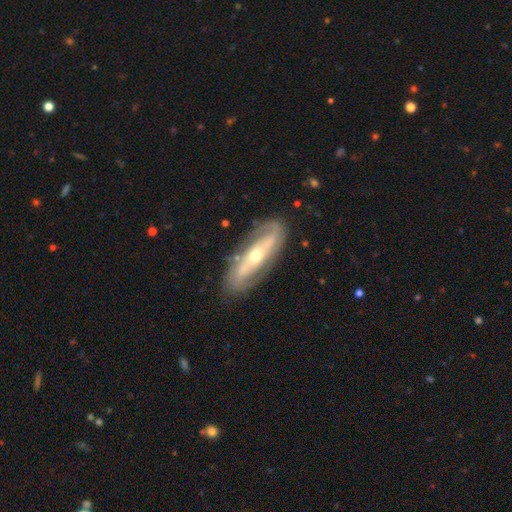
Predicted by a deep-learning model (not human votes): A featured or disk galaxy (76%) with no bar (47%), spiral arms (79%) and a moderate central bulge (61%).

Vote fractions:
- Smooth or featured? featured or disk: 76% / smooth: 18% / star or artifact: 5%
- Edge-on disk? no: 82% / yes: 18%
- Bar? no: 47% / strong: 29% / weak: 24%
- Spiral arms? yes: 79% / no: 21%
- Bulge size? moderate: 61% / small: 32% / large: 5% / dominant: 1% / none: 1%
- Merging? none: 79% / minor disturbance: 14% / major disturbance: 5% / merger: 2%